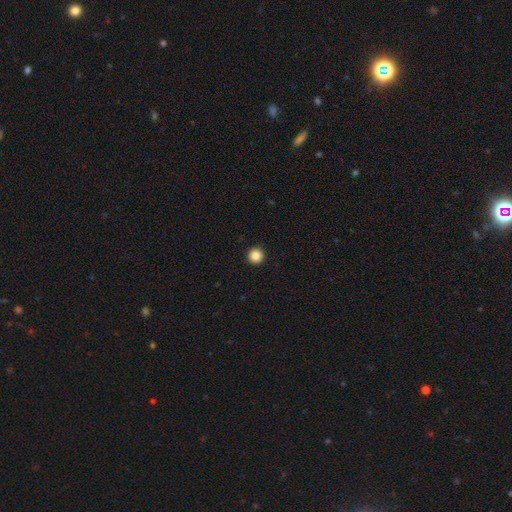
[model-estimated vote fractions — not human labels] Smooth or featured? smooth (86%)
How rounded? round (96%)
Merging? none (94%)